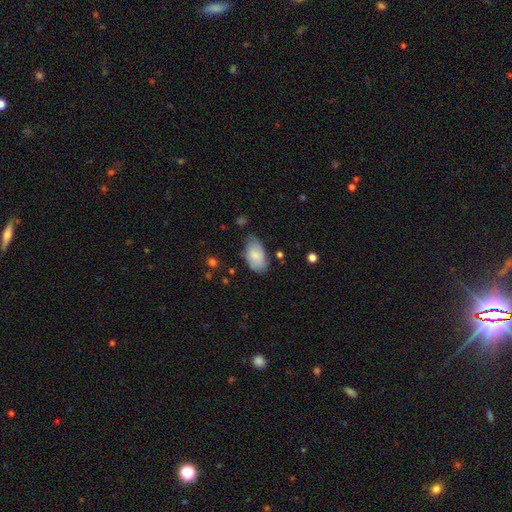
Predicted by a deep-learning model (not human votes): This appears to be a smooth galaxy with no disk features (78%) that is in between round and cigar-shaped (94%). Merging: none (63%).